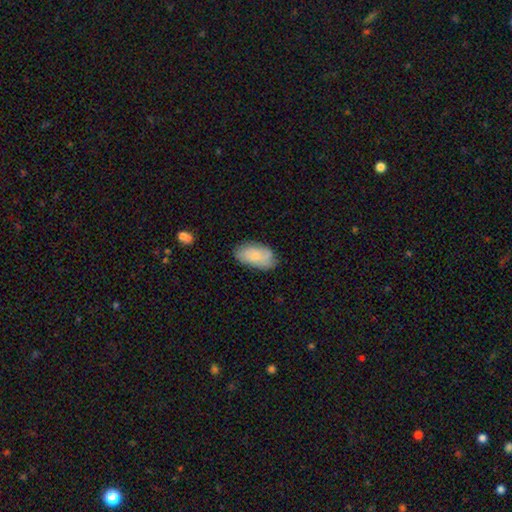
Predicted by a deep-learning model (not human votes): Smooth or featured: smooth — 68% (featured or disk — 25%)
How rounded: in between — 94% (round — 4%)
Merging: none — 72% (minor disturbance — 22%)